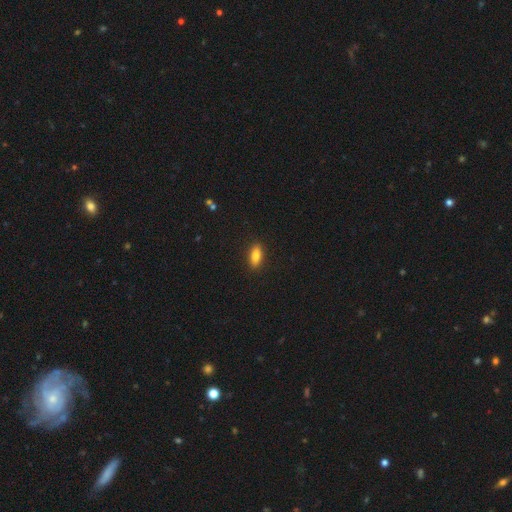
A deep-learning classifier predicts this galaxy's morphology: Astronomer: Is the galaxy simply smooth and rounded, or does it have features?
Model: smooth — 80%.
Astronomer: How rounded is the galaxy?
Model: in between — 78%.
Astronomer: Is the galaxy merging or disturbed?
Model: none — 89%.